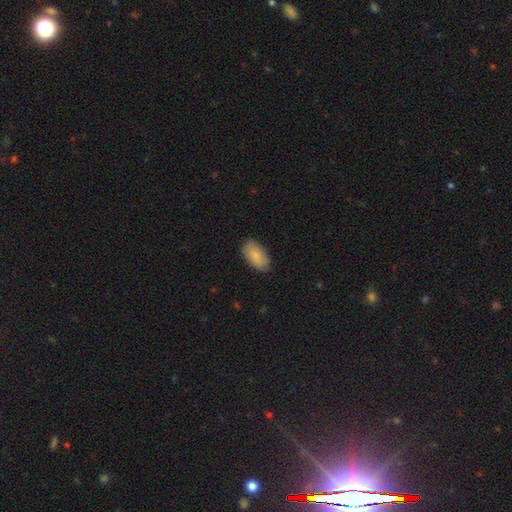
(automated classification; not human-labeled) A smooth galaxy with no disk features (88%) that is in between round and cigar-shaped (95%).

Vote fractions:
- Smooth or featured? smooth: 88% / featured or disk: 6% / star or artifact: 6%
- How rounded? in between: 95% / cigar-shaped: 3% / round: 2%
- Merging? none: 86% / minor disturbance: 11% / major disturbance: 2% / merger: 1%